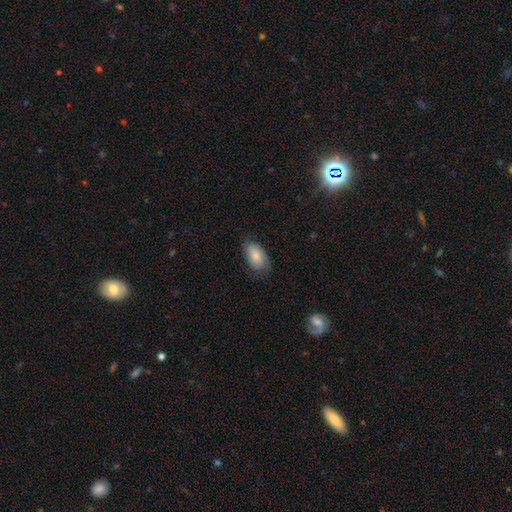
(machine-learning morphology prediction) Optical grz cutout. It shows a smooth galaxy with no disk features (79%) that is in between round and cigar-shaped (93%). Merging: none (69%).